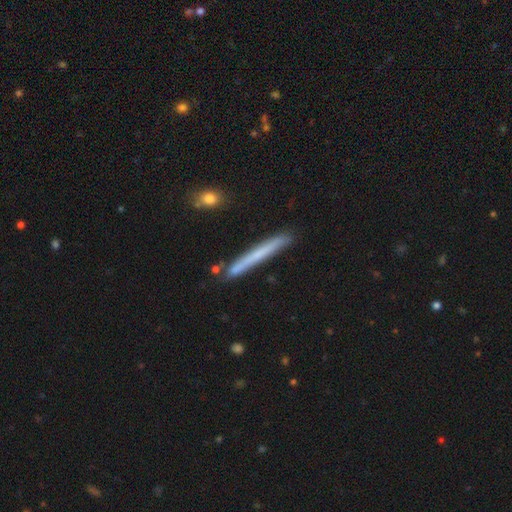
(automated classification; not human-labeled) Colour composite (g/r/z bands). It shows a smooth galaxy with no disk features (54%) that is cigar-shaped (97%). Merging: none (85%).